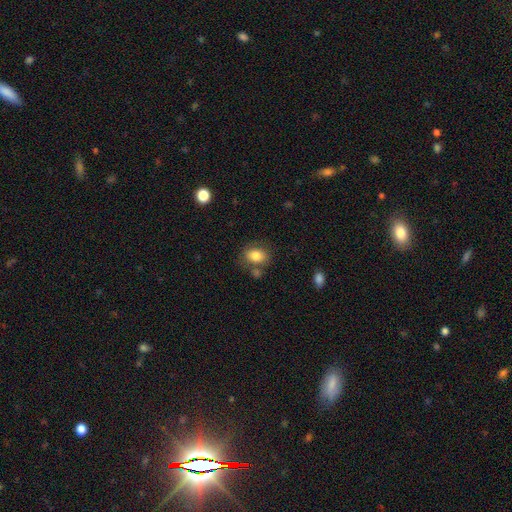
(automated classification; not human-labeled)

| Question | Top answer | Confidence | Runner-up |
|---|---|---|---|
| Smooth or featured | smooth | 81% | featured or disk (10%) |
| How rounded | in between | 65% | round (34%) |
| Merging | none | 68% | minor disturbance (15%) |